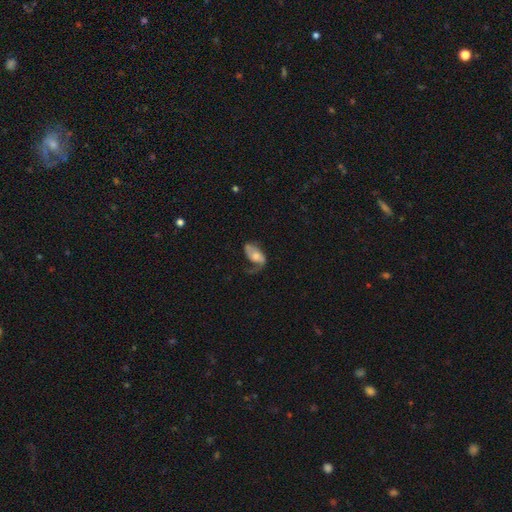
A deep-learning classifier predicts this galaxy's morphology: Smooth or featured: featured or disk — 61% (smooth — 32%)
Edge-on disk: no — 95% (yes — 5%)
Bar: no — 63% (weak — 28%)
Spiral arms: yes — 83% (no — 17%)
Bulge size: moderate — 45% (small — 26%)
Merging: major disturbance — 38% (none — 36%)